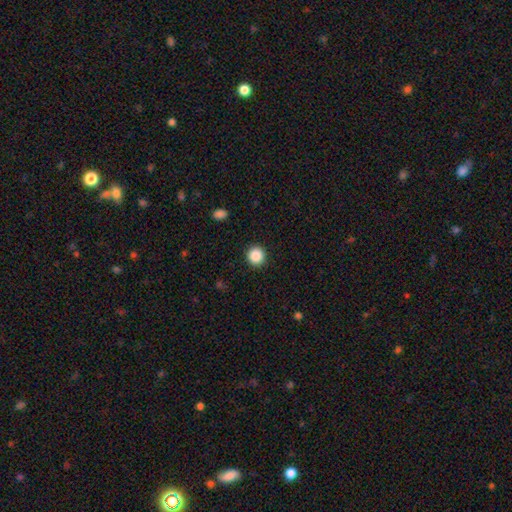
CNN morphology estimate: Smooth or featured?
  - smooth: 88% *
  - star or artifact: 9%
  - featured or disk: 3%
How rounded?
  - round: 94% *
  - in between: 5%
  - cigar-shaped: 1%
Merging?
  - none: 92% *
  - minor disturbance: 5%
  - major disturbance: 2%
  - merger: 1%